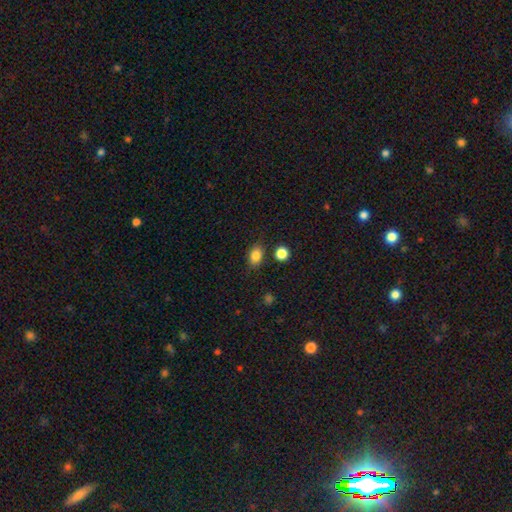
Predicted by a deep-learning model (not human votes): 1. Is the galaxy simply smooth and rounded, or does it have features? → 84% smooth, 10% star or artifact, 6% featured or disk.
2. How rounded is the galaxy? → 70% in between, 29% round, 2% cigar-shaped.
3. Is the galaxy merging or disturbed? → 79% none, 13% minor disturbance, 5% merger, 3% major disturbance.